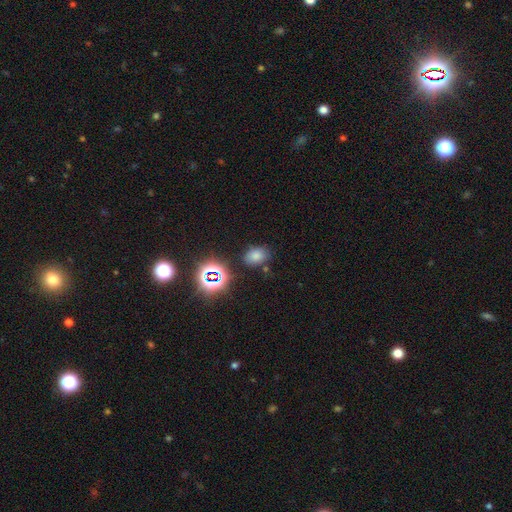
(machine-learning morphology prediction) Q: Smooth or featured?
A: smooth (70%); runner-up: star or artifact (22%)
Q: How rounded?
A: in between (72%); runner-up: round (27%)
Q: Merging?
A: none (77%); runner-up: minor disturbance (13%)